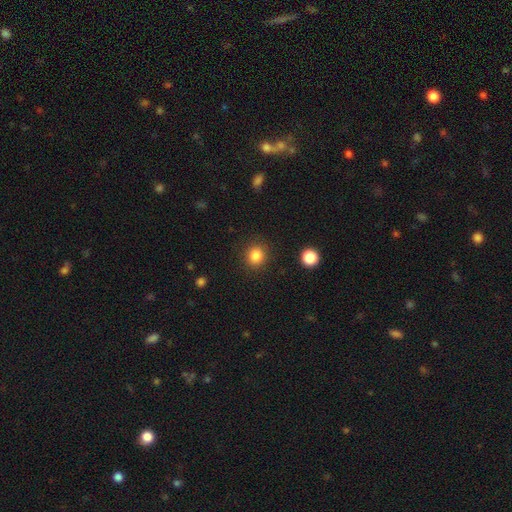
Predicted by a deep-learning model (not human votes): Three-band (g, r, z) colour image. It shows a smooth galaxy with no disk features (85%) that is round (86%). Merging: none (89%).